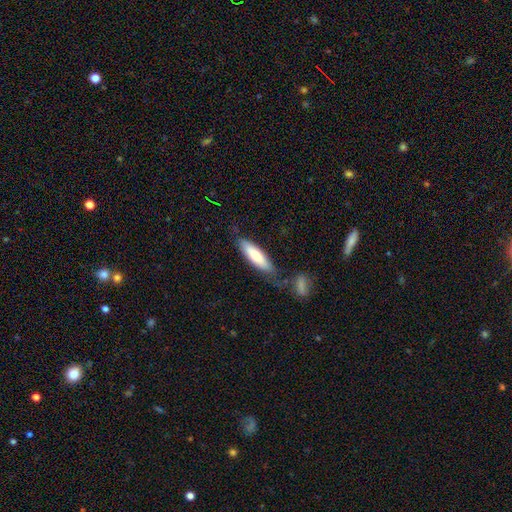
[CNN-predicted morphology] A smooth galaxy with no disk features (78%) that is cigar-shaped (59%). Merging: none (67%).